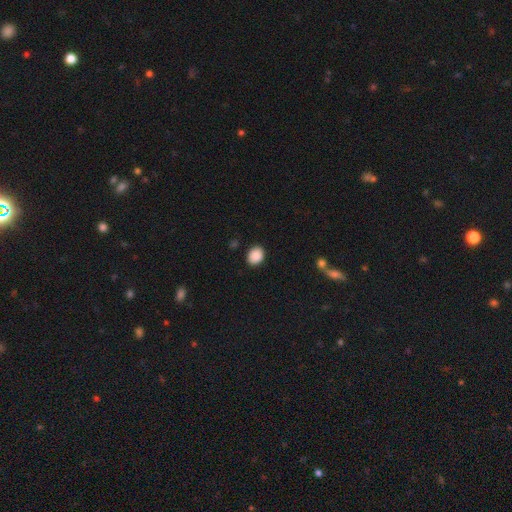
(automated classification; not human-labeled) Smooth or featured?
  - smooth: 89% *
  - star or artifact: 8%
  - featured or disk: 3%
How rounded?
  - in between: 54% *
  - round: 45%
  - cigar-shaped: 1%
Merging?
  - none: 89% *
  - minor disturbance: 8%
  - major disturbance: 2%
  - merger: 1%